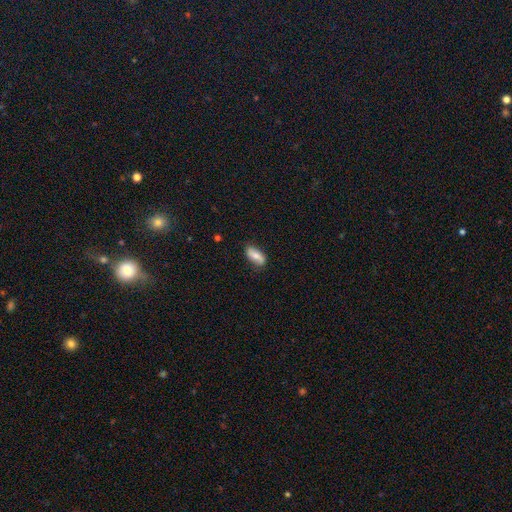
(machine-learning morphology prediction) Smooth or featured: smooth — 70% (featured or disk — 23%)
How rounded: in between — 83% (cigar-shaped — 14%)
Merging: none — 78% (minor disturbance — 18%)